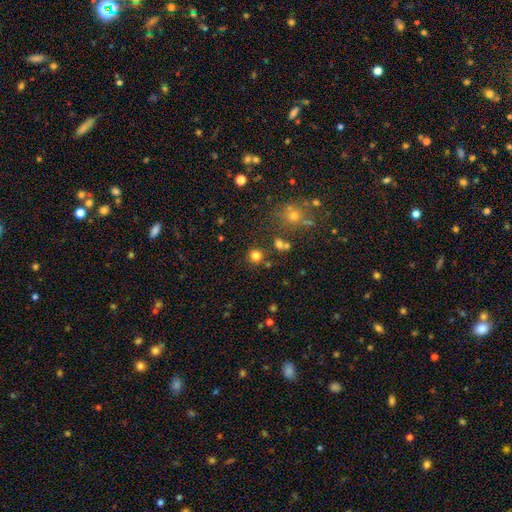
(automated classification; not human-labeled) This is likely a smooth galaxy (79%). How rounded: clearly round (93%). Merging: clearly none (82%).